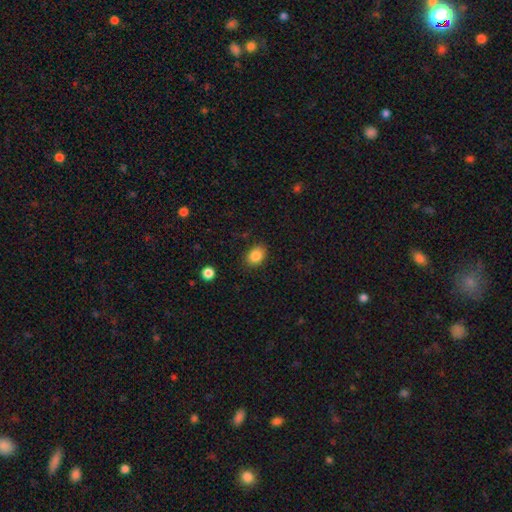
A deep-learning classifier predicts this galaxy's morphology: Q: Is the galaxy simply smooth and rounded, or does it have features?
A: smooth — 86%.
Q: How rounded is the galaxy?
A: in between — 70%.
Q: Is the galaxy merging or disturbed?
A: none — 85%.